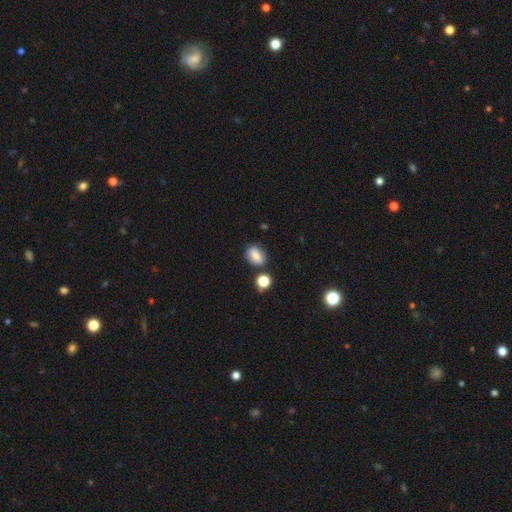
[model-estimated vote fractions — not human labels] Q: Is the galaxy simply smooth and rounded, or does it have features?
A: smooth — 79%.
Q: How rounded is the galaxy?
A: in between — 75%.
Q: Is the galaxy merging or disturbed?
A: none — 75%.